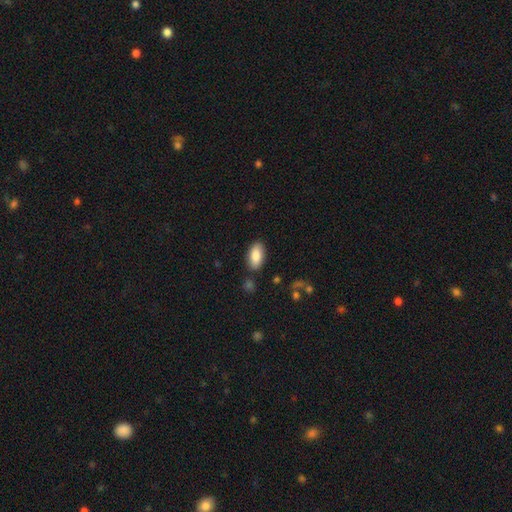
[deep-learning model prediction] Overall: smooth (86%). How rounded: in between (92%). Merging: none (84%).